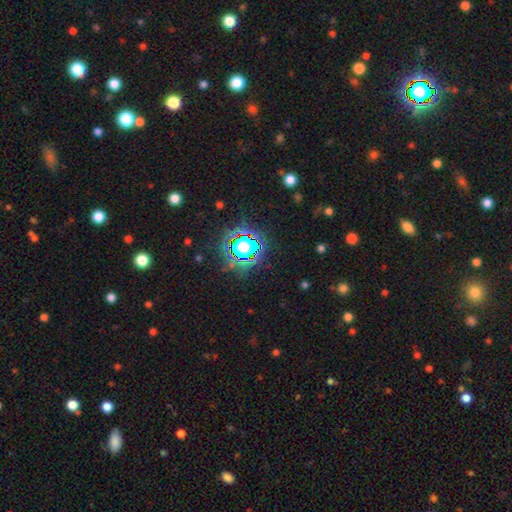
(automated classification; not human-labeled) star or artifact 80%, smooth 13%, featured or disk 7%.